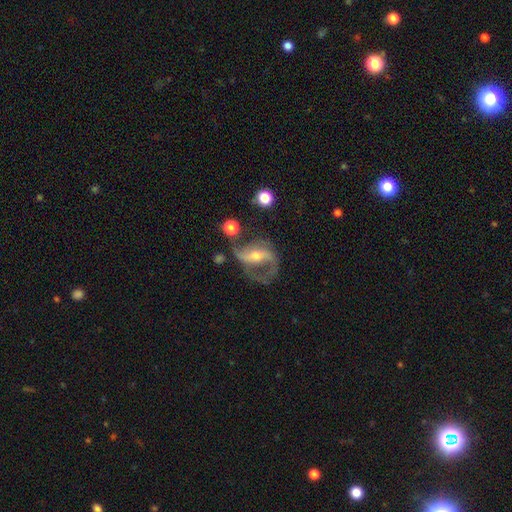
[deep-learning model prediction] The model was most divided on "spiral winding": loose: 48%, medium: 41%, tight: 11%. Remaining: edge-on disk — no (96%); spiral arms — yes (92%); smooth or featured — featured or disk (85%); spiral arm count — 2 (84%); bulge size — moderate (52%); merging — none (51%); bar — strong (46%).